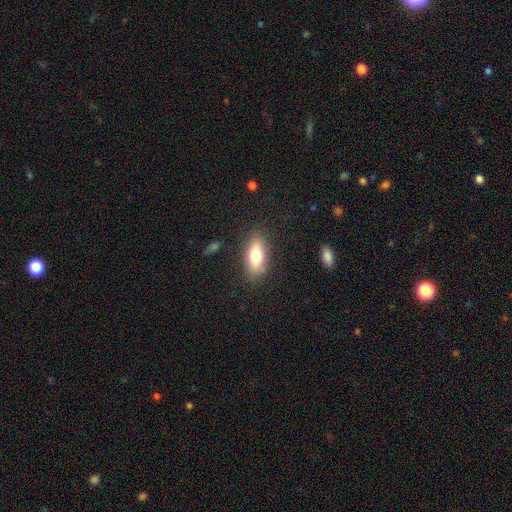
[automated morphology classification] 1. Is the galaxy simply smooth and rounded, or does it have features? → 75% smooth, 18% featured or disk, 7% star or artifact.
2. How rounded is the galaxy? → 79% in between, 18% cigar-shaped, 3% round.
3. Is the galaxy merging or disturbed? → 84% none, 11% minor disturbance, 3% major disturbance, 2% merger.